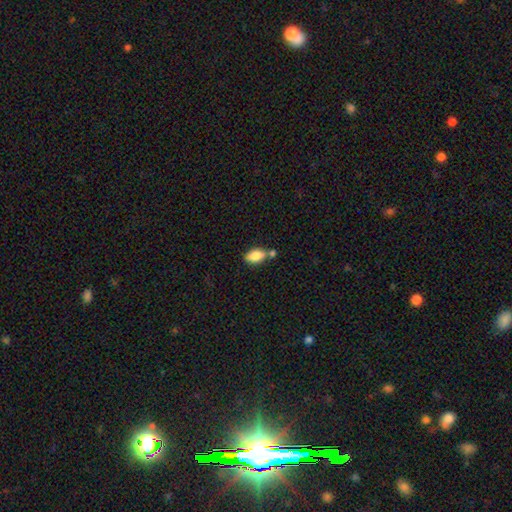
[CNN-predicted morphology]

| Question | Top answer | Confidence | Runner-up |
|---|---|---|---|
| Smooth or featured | smooth | 84% | featured or disk (8%) |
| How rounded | in between | 91% | round (5%) |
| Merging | none | 51% | merger (30%) |